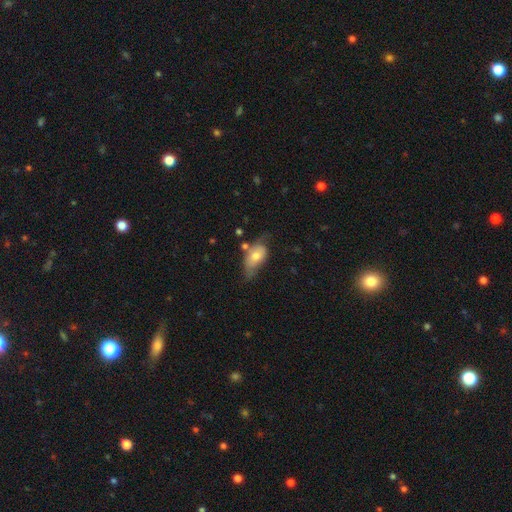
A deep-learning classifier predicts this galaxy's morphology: A smooth galaxy with no disk features (64%) that is in between round and cigar-shaped (89%).

Vote fractions:
- Smooth or featured? smooth: 64% / featured or disk: 29% / star or artifact: 7%
- How rounded? in between: 89% / round: 7% / cigar-shaped: 4%
- Merging? minor disturbance: 38% / none: 32% / major disturbance: 23% / merger: 7%